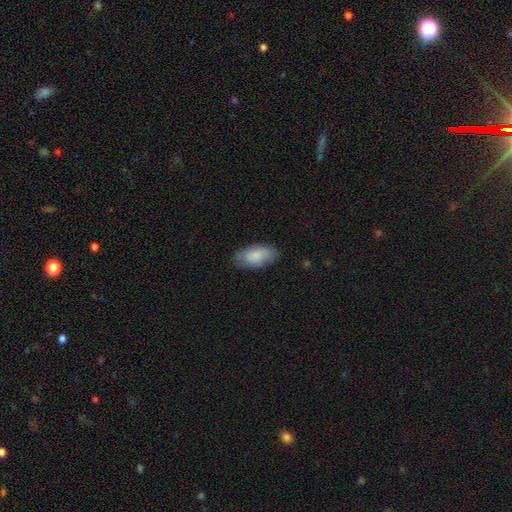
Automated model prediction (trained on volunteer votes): A smooth galaxy with no disk features (84%) that is in between round and cigar-shaped (91%). Merging: none (78%).